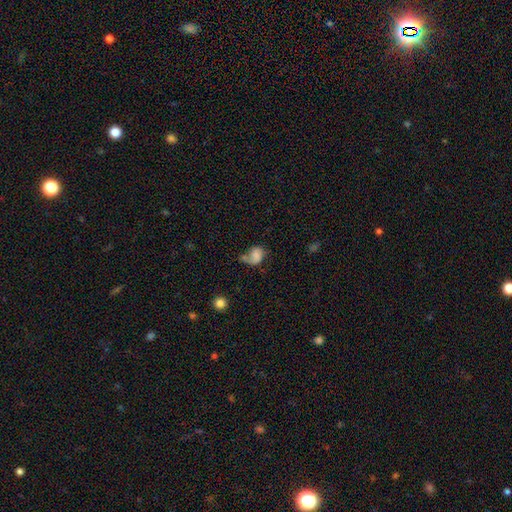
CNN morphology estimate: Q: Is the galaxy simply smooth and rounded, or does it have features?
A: smooth — 58%.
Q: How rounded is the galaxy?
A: in between — 57%.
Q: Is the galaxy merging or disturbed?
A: none — 30%, tied with major disturbance.